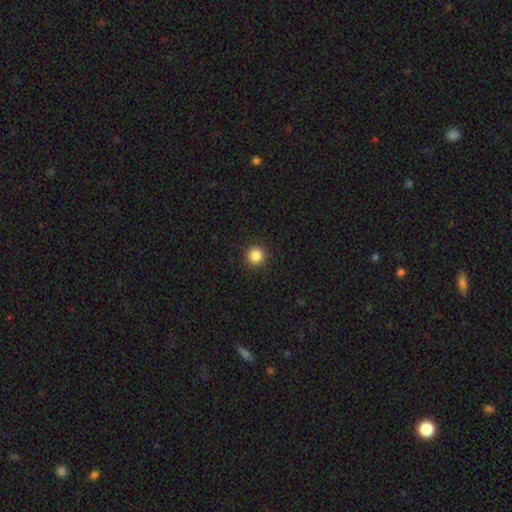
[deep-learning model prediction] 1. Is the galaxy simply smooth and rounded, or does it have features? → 86% smooth, 11% star or artifact, 3% featured or disk.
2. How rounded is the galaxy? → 95% round, 4% in between, 1% cigar-shaped.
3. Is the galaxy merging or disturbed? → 93% none, 5% minor disturbance, 2% major disturbance, 1% merger.